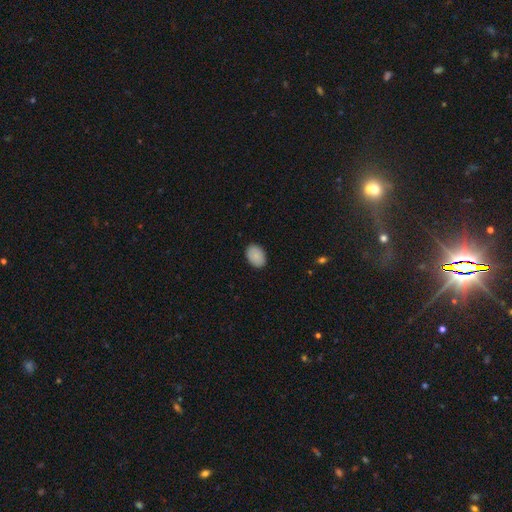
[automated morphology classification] Q: Smooth or featured?
A: smooth (89%); runner-up: star or artifact (7%)
Q: How rounded?
A: in between (83%); runner-up: round (16%)
Q: Merging?
A: none (89%); runner-up: minor disturbance (9%)